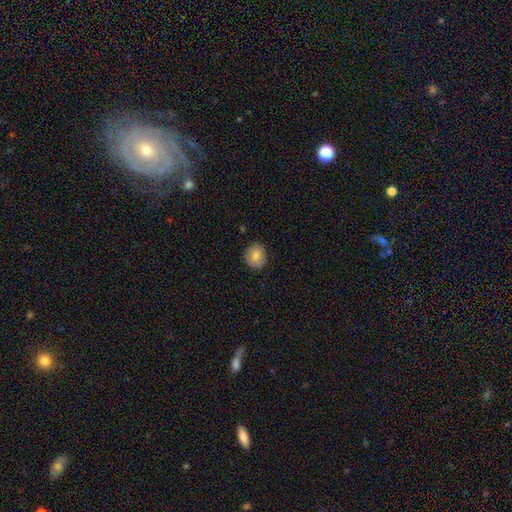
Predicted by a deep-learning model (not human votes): The model was most divided on "how rounded": round: 81%, in between: 18%, cigar-shaped: 1%. More confident: merging — none (87%); smooth or featured — smooth (79%).